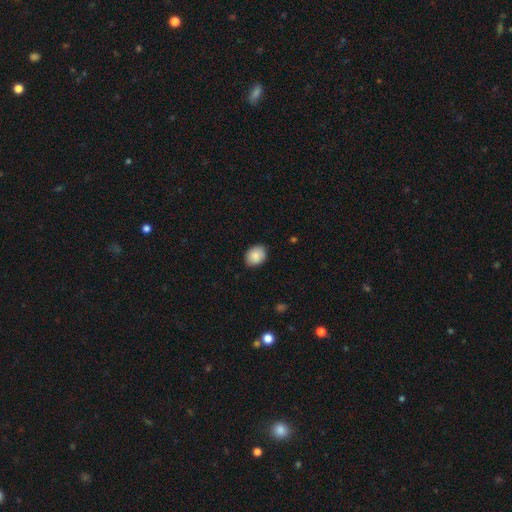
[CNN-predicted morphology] This is clearly a smooth galaxy (88%). How rounded: possibly in between (55%). Merging: clearly none (86%).